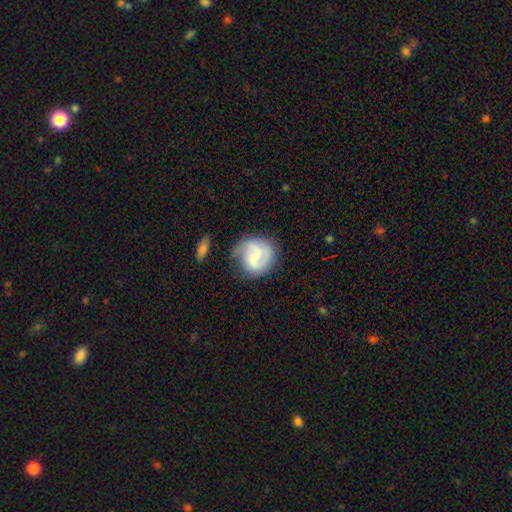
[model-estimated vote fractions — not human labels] The model was most divided on "spiral winding": medium: 45%, loose: 33%, tight: 21%. Remaining: edge-on disk — no (98%); spiral arms — yes (89%); spiral arm count — 2 (74%); merging — none (62%); smooth or featured — featured or disk (60%); bar — weak (55%); bulge size — small (50%).